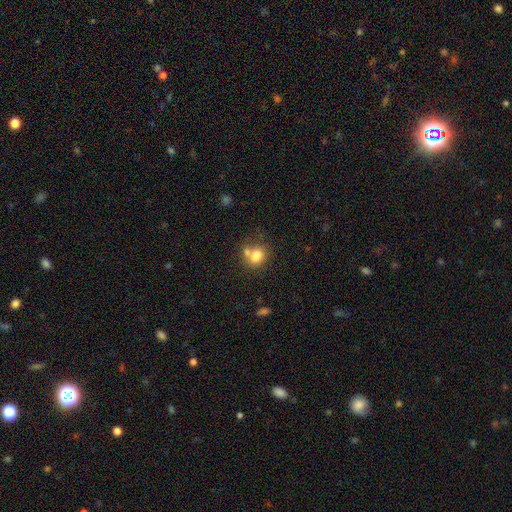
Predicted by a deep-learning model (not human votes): Overall: smooth (78%). How rounded: round (59%; in between 40%). Merging: none (43%; merger 38%).